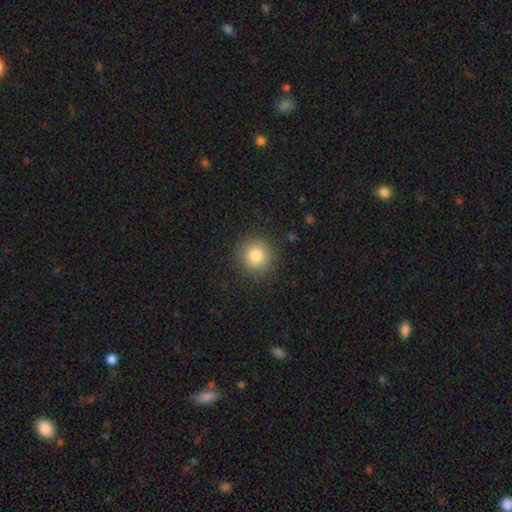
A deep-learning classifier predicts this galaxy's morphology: Q: Smooth or featured?
A: smooth (81%); runner-up: star or artifact (11%)
Q: How rounded?
A: round (93%); runner-up: in between (6%)
Q: Merging?
A: none (90%); runner-up: minor disturbance (7%)